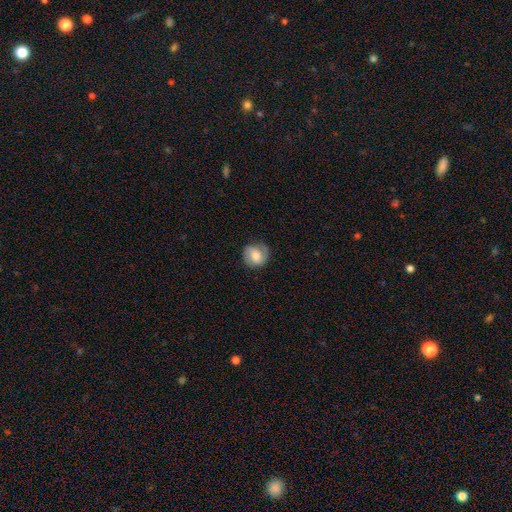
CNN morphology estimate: This appears to be a smooth galaxy with no disk features (63%) that is round (80%). Merging: none (75%).